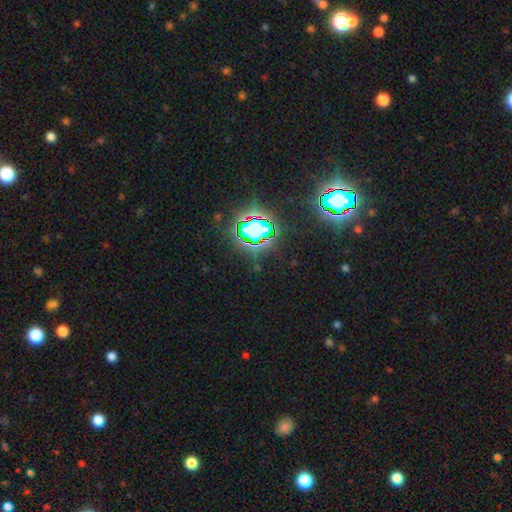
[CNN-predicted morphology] Overall: star or artifact (77%).